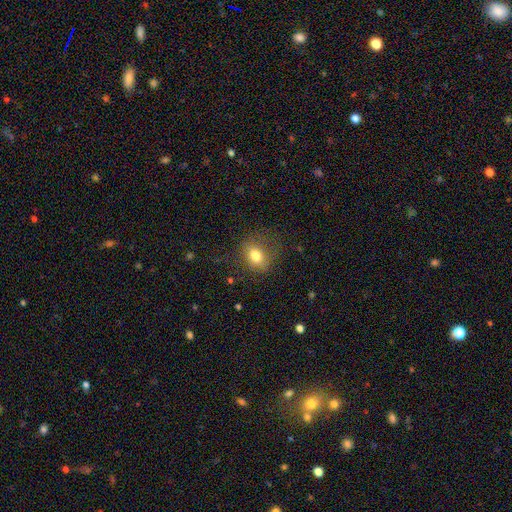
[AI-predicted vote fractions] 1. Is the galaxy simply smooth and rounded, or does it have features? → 77% smooth, 12% featured or disk, 11% star or artifact.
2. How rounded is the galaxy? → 61% in between, 37% round, 2% cigar-shaped.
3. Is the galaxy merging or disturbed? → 70% none, 19% minor disturbance, 10% major disturbance, 1% merger.